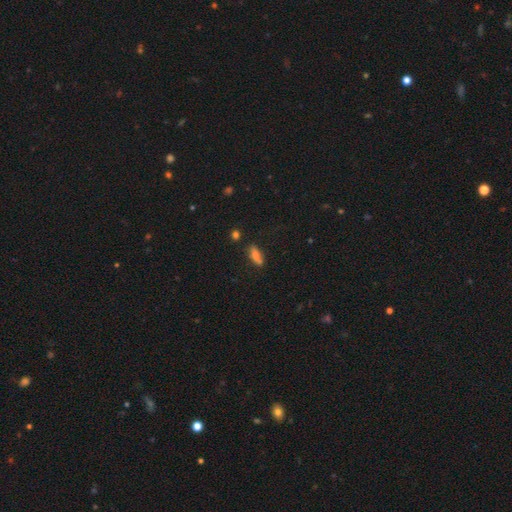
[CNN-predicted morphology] Q: Smooth or featured?
A: smooth (73%); runner-up: featured or disk (18%)
Q: How rounded?
A: in between (54%); runner-up: cigar-shaped (43%)
Q: Merging?
A: none (75%); runner-up: minor disturbance (17%)